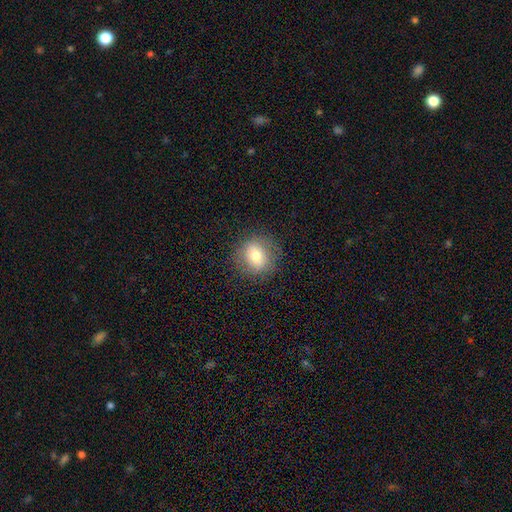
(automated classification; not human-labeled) A smooth galaxy with no disk features (73%) that is round (71%). Merging: none (84%).